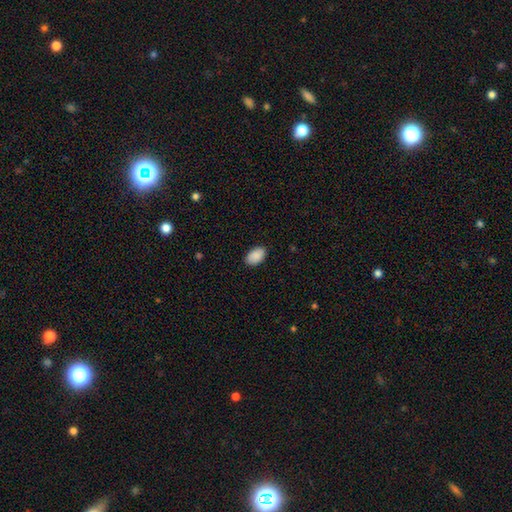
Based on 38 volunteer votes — Morphology: type=smooth (92%); roundness=in between (86%); merging=none (89%).